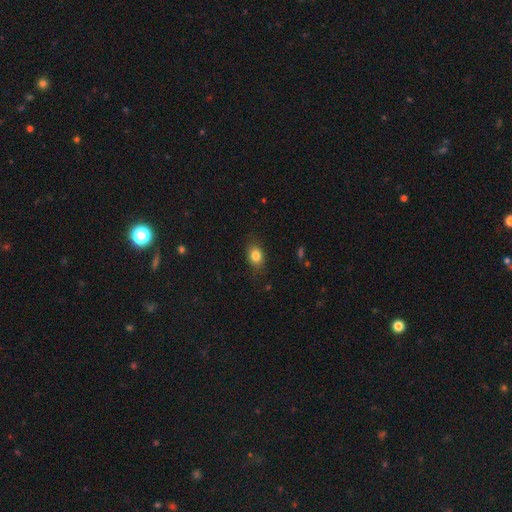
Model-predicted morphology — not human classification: smooth 83%, star or artifact 10%, featured or disk 8%. Down the decision tree: how rounded — in between (69%); merging — none (82%).